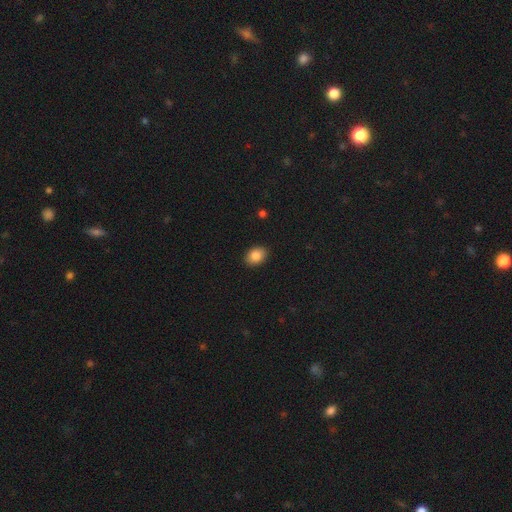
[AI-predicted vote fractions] Smooth or featured? smooth (86%)
How rounded? in between (71%)
Merging? none (90%)